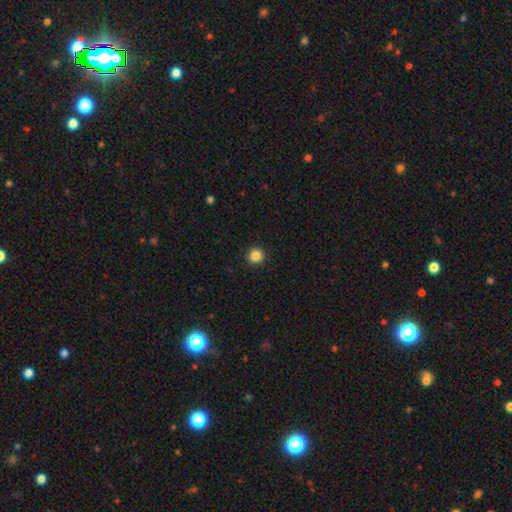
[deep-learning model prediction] Smooth or featured?
  - smooth: 86% *
  - star or artifact: 11%
  - featured or disk: 3%
How rounded?
  - round: 96% *
  - in between: 3%
  - cigar-shaped: 1%
Merging?
  - none: 93% *
  - minor disturbance: 4%
  - major disturbance: 2%
  - merger: 1%